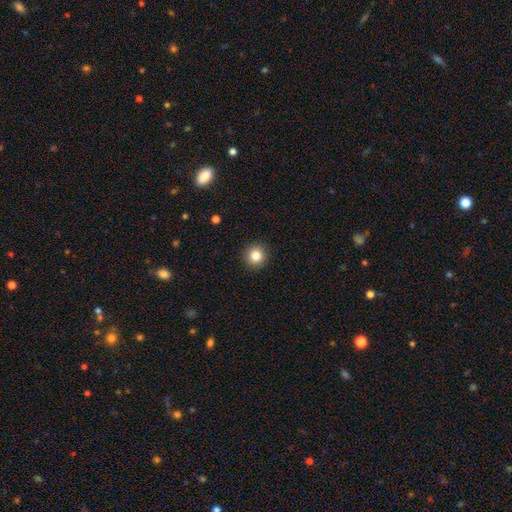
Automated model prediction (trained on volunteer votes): A smooth galaxy with no disk features (83%) that is round (94%).

Vote fractions:
- Smooth or featured? smooth: 83% / star or artifact: 11% / featured or disk: 6%
- How rounded? round: 94% / in between: 5% / cigar-shaped: 1%
- Merging? none: 92% / minor disturbance: 5% / major disturbance: 2% / merger: 1%